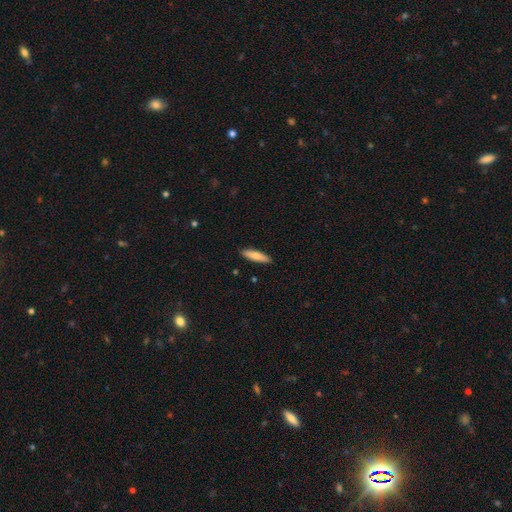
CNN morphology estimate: Smooth or featured? smooth (80%)
How rounded? cigar-shaped (71%)
Merging? none (90%)